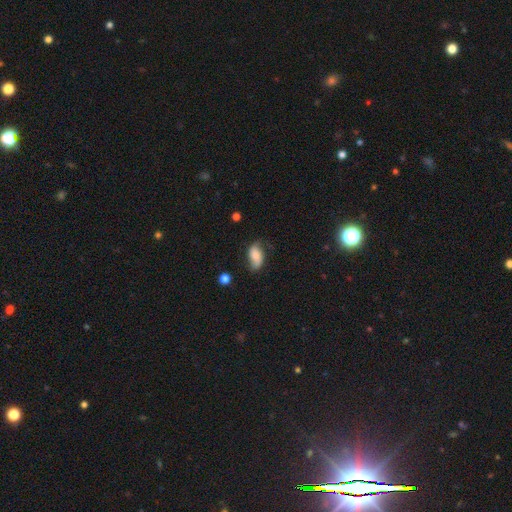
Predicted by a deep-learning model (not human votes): The model was most divided on "smooth or featured": smooth: 55%, featured or disk: 36%, star or artifact: 8%. More confident: how rounded — in between (91%); merging — none (59%).